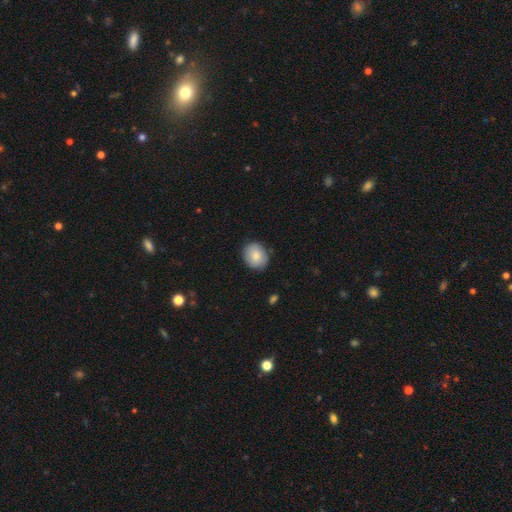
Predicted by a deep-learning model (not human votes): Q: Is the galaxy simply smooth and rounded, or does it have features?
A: smooth — 80%.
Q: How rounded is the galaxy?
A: round — 65%.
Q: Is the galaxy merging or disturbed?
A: none — 83%.